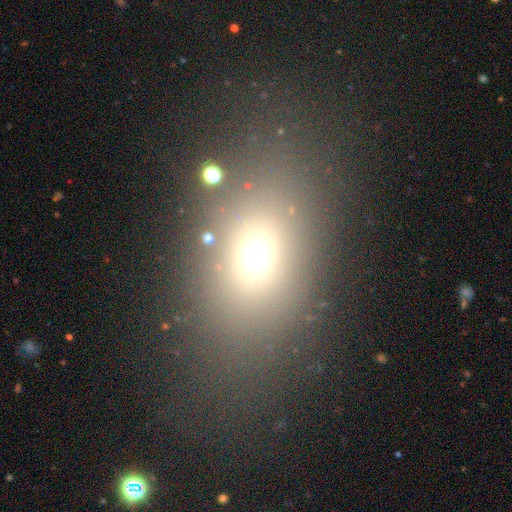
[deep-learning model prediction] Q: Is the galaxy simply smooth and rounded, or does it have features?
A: smooth — 64%.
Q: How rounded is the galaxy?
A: in between — 64%.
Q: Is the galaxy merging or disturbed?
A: none — 75%.